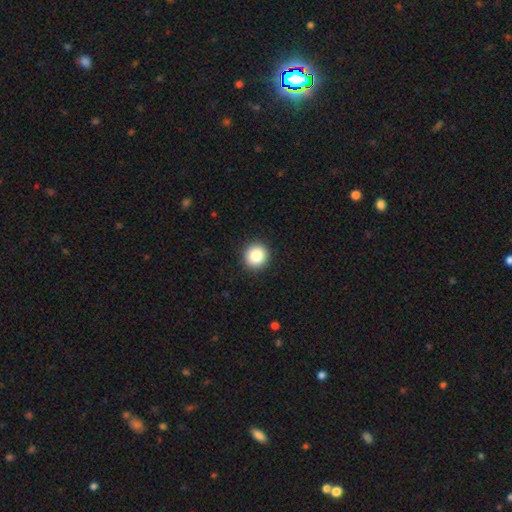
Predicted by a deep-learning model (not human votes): smooth-or-featured: smooth: 86% | star or artifact: 9% | featured or disk: 5%
  how-rounded: round: 91% | in between: 8% | cigar-shaped: 1%
  merging: none: 92% | minor disturbance: 5% | major disturbance: 2% | merger: 1%